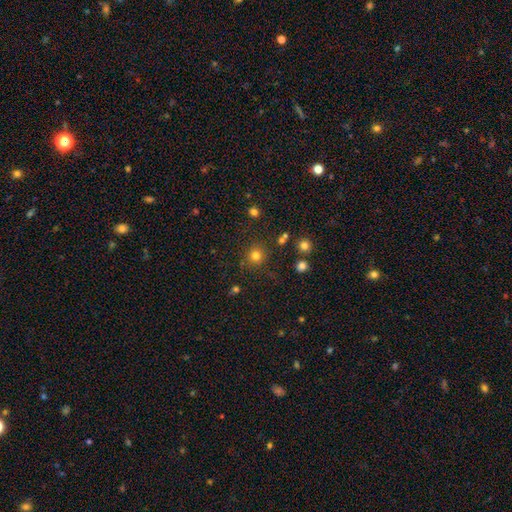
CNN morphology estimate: Smooth or featured? smooth (79%)
How rounded? round (93%)
Merging? none (86%)